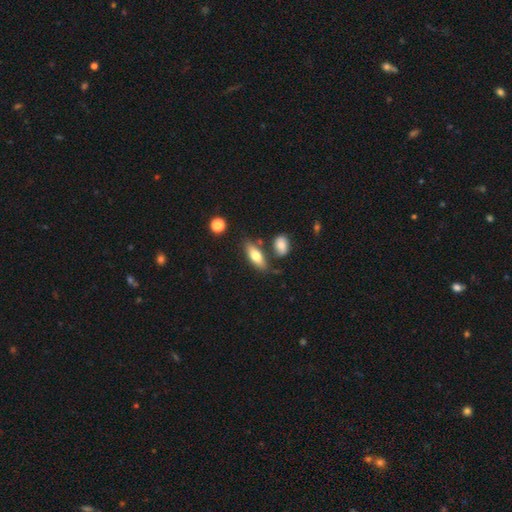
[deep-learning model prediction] Q: Smooth or featured?
A: smooth (67%); runner-up: featured or disk (26%)
Q: How rounded?
A: in between (65%); runner-up: cigar-shaped (32%)
Q: Merging?
A: none (70%); runner-up: minor disturbance (14%)